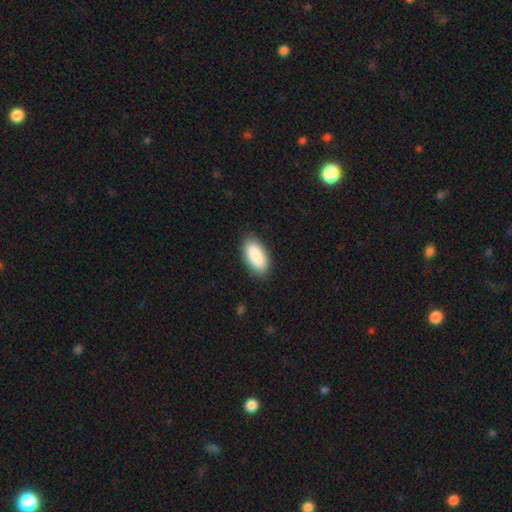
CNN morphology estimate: Q: Smooth or featured?
A: smooth (90%); runner-up: star or artifact (6%)
Q: How rounded?
A: in between (91%); runner-up: cigar-shaped (7%)
Q: Merging?
A: none (87%); runner-up: minor disturbance (9%)